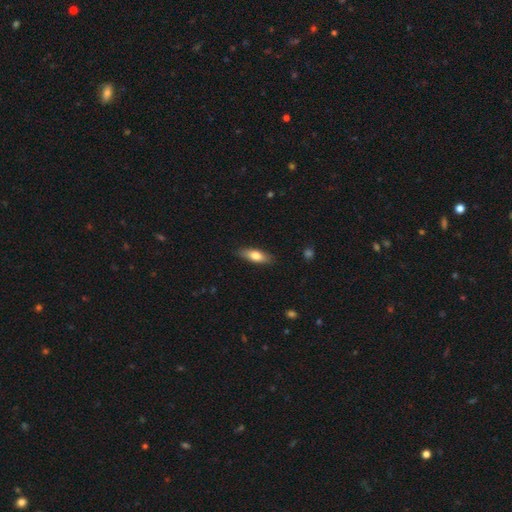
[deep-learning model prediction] Overall: smooth (73%). How rounded: in between (60%; cigar-shaped 37%). Merging: none (87%).